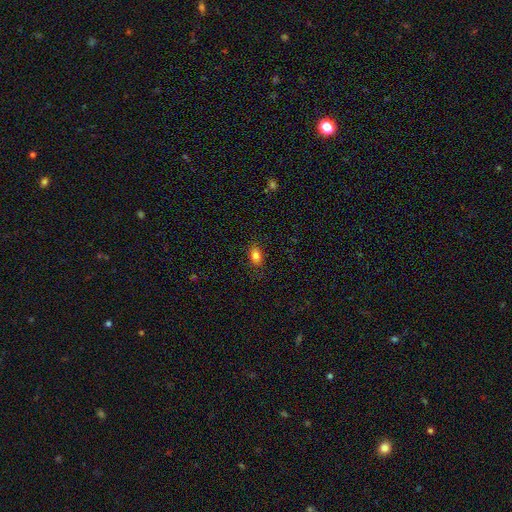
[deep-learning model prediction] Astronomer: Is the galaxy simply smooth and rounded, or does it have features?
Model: smooth — 81%.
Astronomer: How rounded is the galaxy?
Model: in between — 83%.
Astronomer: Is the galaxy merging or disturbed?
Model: none — 85%.